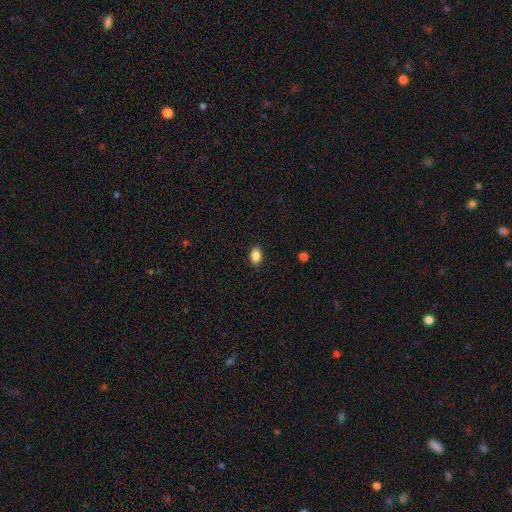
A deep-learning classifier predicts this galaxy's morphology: A smooth galaxy with no disk features (87%) that is in between round and cigar-shaped (82%).

Vote fractions:
- Smooth or featured? smooth: 87% / star or artifact: 9% / featured or disk: 4%
- How rounded? in between: 82% / round: 16% / cigar-shaped: 1%
- Merging? none: 89% / minor disturbance: 8% / major disturbance: 2% / merger: 1%